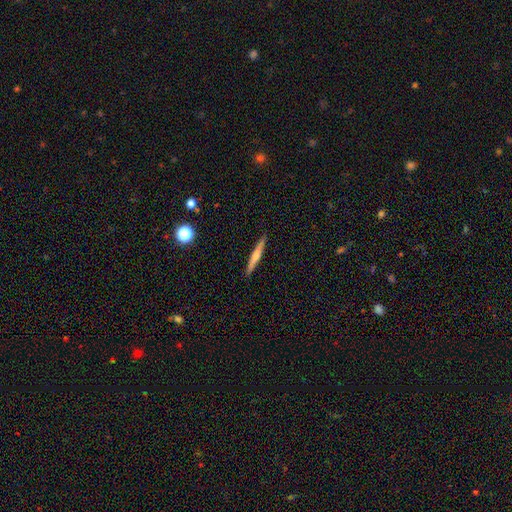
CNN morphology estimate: Smooth or featured: featured or disk — 60% (smooth — 33%)
Edge-on disk: yes — 98% (no — 2%)
Edge-on bulge: rounded — 78% (none — 15%)
Merging: none — 91% (minor disturbance — 6%)